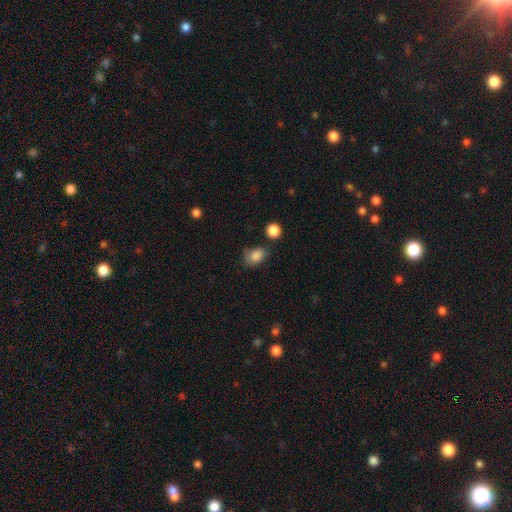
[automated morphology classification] This is clearly a smooth galaxy (86%). How rounded: likely in between (76%). Merging: likely none (71%).